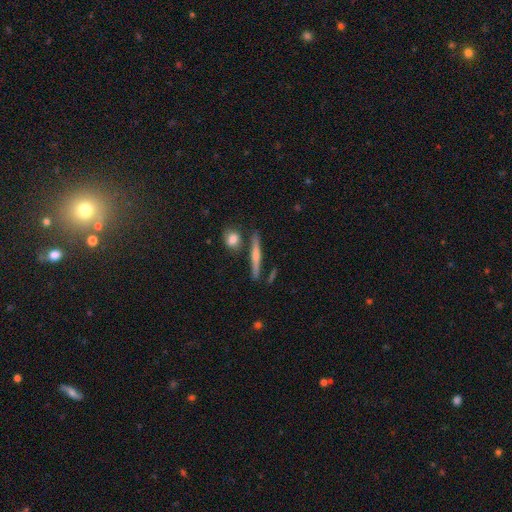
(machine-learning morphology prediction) Overall: featured or disk (52%; smooth 42%). Edge-on disk: yes (96%). Edge-on bulge: rounded (68%). Merging: none (83%).